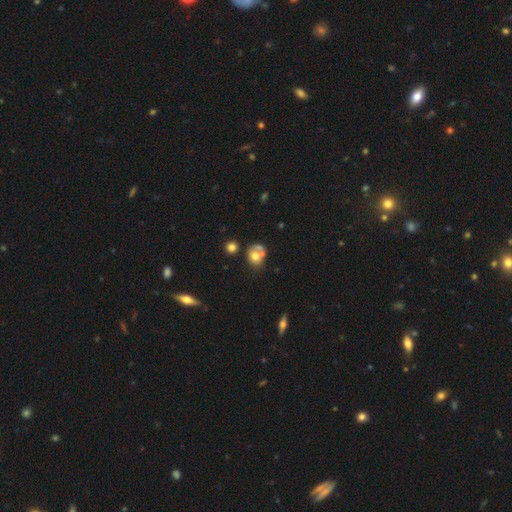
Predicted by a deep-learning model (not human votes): The model was most divided on "merging": merger: 45%, none: 34%, minor disturbance: 13%, major disturbance: 9%. More confident: smooth or featured — smooth (66%); how rounded — round (56%).